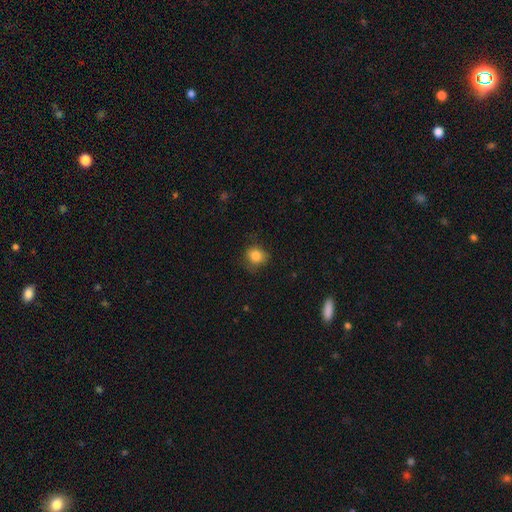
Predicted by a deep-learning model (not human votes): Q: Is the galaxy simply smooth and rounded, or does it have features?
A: smooth — 84%.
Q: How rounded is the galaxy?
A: round — 75%.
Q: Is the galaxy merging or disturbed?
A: none — 74%.